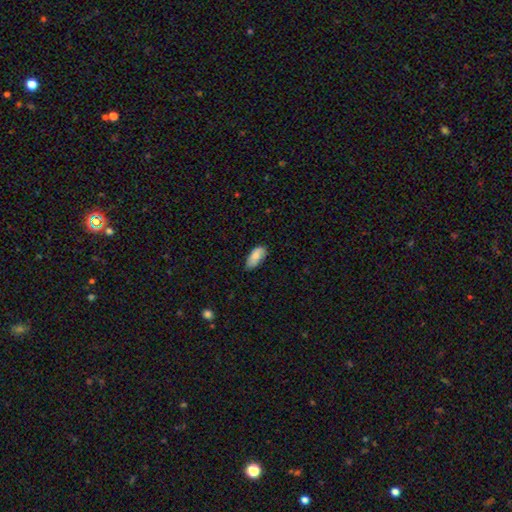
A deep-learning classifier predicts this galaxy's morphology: Q: Smooth or featured?
A: smooth (82%); runner-up: featured or disk (12%)
Q: How rounded?
A: in between (91%); runner-up: cigar-shaped (7%)
Q: Merging?
A: none (71%); runner-up: minor disturbance (24%)